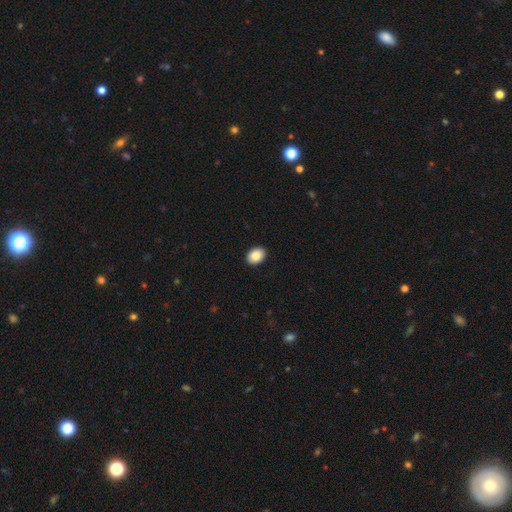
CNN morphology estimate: Smooth or featured?
  - smooth: 86% *
  - star or artifact: 7%
  - featured or disk: 6%
How rounded?
  - in between: 73% *
  - round: 26%
  - cigar-shaped: 1%
Merging?
  - none: 92% *
  - minor disturbance: 6%
  - major disturbance: 1%
  - merger: 1%